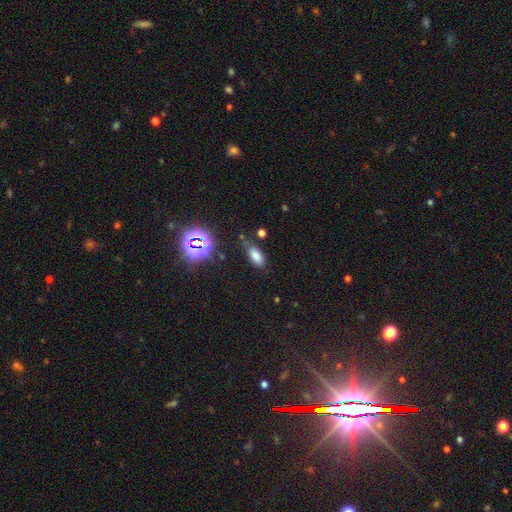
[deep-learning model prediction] This appears to be a smooth galaxy with no disk features (72%) that is in between round and cigar-shaped (88%). Merging: none (69%).